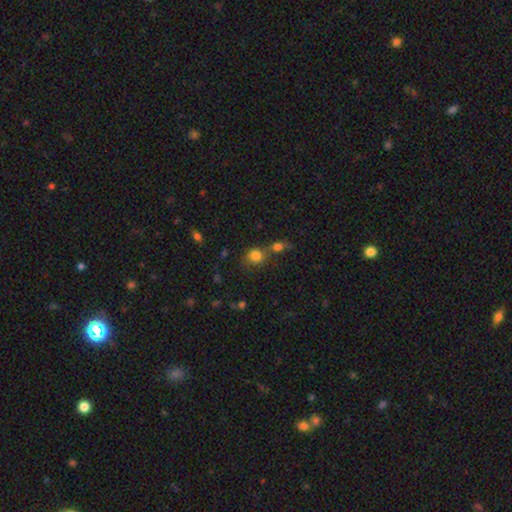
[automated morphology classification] Overall: smooth (79%). How rounded: round (76%). Merging: merger (43%, tied with none).